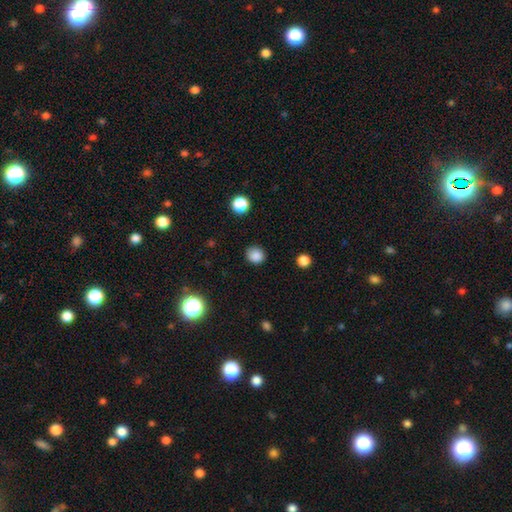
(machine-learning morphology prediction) Smooth or featured? Predicted: smooth (p=0.85). How rounded? Predicted: round (p=0.81). Merging? Predicted: none (p=0.87).